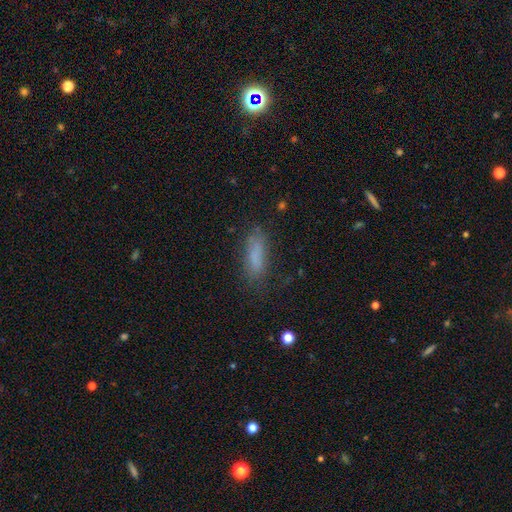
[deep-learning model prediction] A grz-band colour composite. It shows a smooth galaxy with no disk features (79%) that is in between round and cigar-shaped (53%). Merging: none (72%).